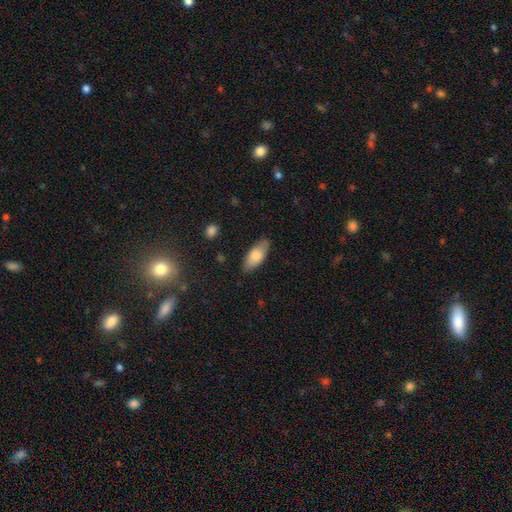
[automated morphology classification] A smooth galaxy with no disk features (77%) that is in between round and cigar-shaped (82%). Merging: none (83%).